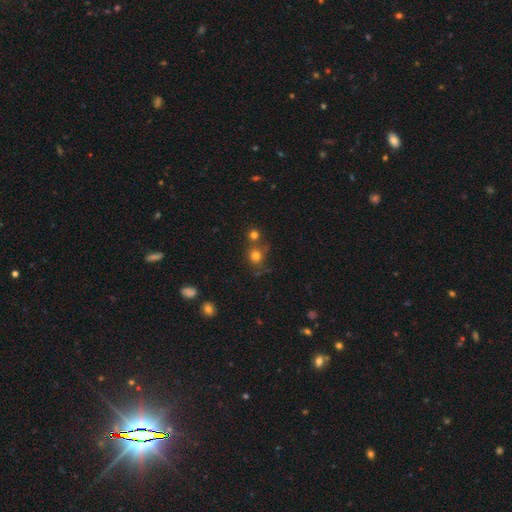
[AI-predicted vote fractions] Smooth or featured? smooth (76%)
How rounded? round (85%)
Merging? none (61%)